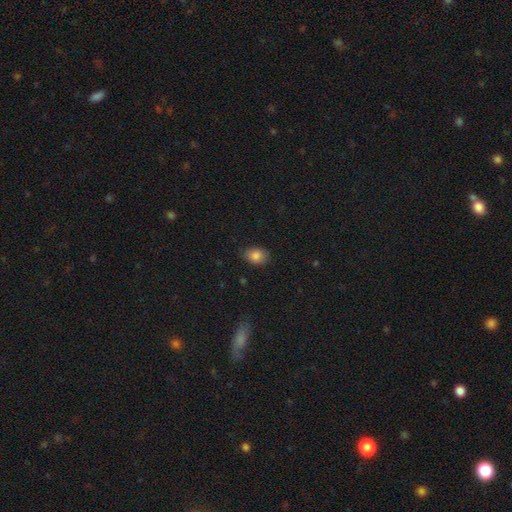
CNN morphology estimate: smooth_or_featured: smooth (p=0.84) [alt: star or artifact p=0.09]
how_rounded: in between (p=0.71) [alt: round p=0.28]
merging: none (p=0.79) [alt: minor disturbance p=0.17]